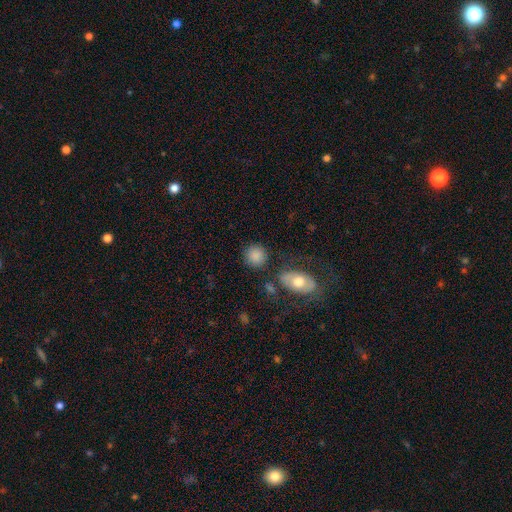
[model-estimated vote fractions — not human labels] This is clearly a smooth galaxy (85%). How rounded: clearly round (85%). Merging: clearly none (80%).